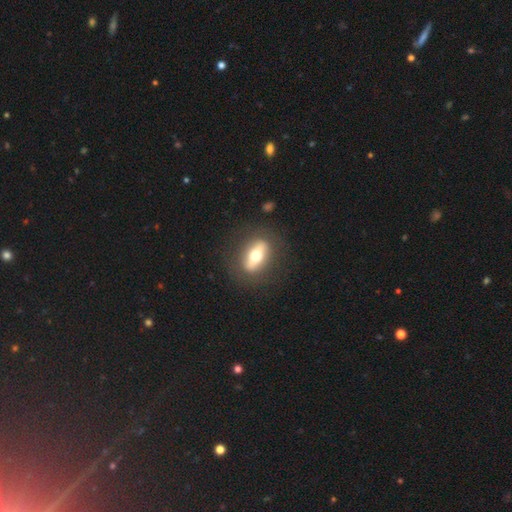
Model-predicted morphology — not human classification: smooth 48%, featured or disk 45%, star or artifact 7%. Down the decision tree: merging — none (84%).